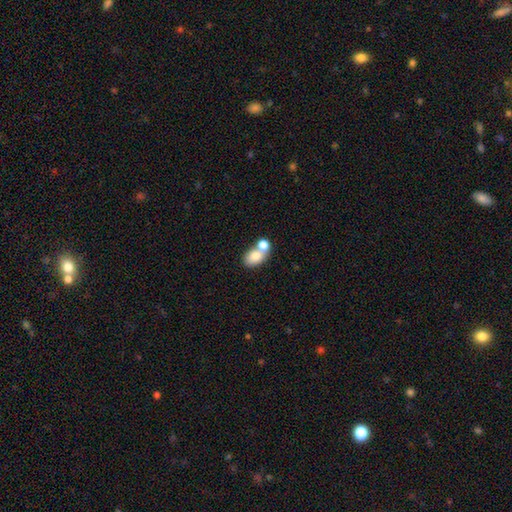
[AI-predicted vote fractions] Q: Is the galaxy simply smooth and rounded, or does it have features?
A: smooth — 78%.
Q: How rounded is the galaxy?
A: in between — 77%.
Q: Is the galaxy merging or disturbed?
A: merger — 52%.